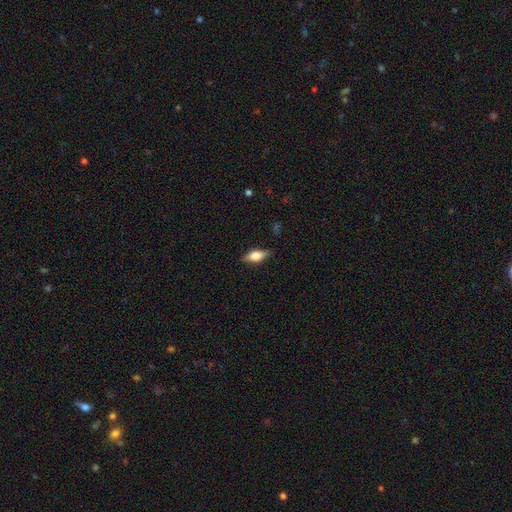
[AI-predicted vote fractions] A smooth galaxy with no disk features (58%) that is in between round and cigar-shaped (77%).

Vote fractions:
- Smooth or featured? smooth: 58% / featured or disk: 34% / star or artifact: 8%
- How rounded? in between: 77% / cigar-shaped: 17% / round: 5%
- Merging? none: 80% / minor disturbance: 15% / major disturbance: 4% / merger: 1%